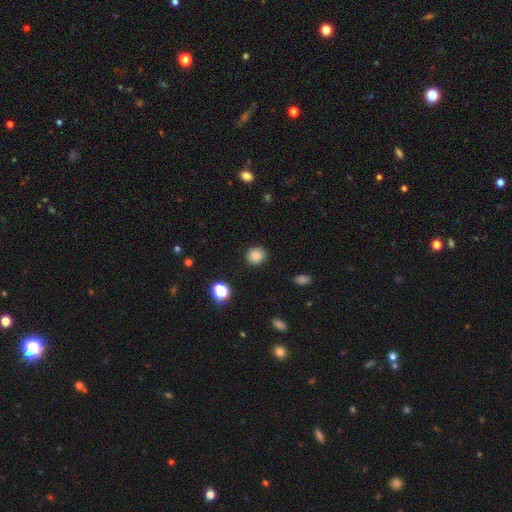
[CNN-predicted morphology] The model was most divided on "how rounded": round: 83%, in between: 16%, cigar-shaped: 1%. More confident: merging — none (89%); smooth or featured — smooth (84%).